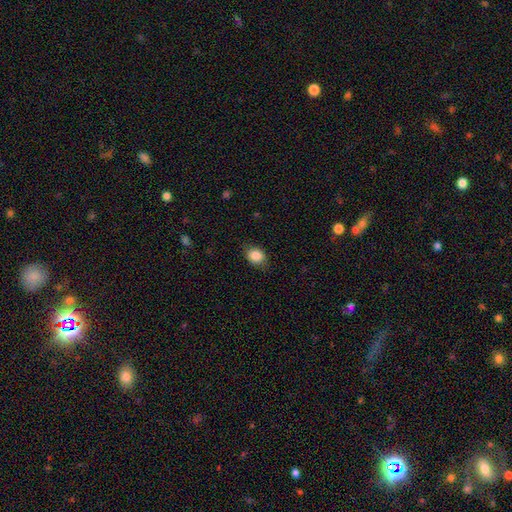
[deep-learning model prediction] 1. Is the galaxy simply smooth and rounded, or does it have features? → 86% smooth, 9% star or artifact, 5% featured or disk.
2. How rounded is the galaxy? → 49% round (tied), 49% in between (tied), 1% cigar-shaped.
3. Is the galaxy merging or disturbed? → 78% none, 18% minor disturbance, 4% major disturbance, 1% merger.